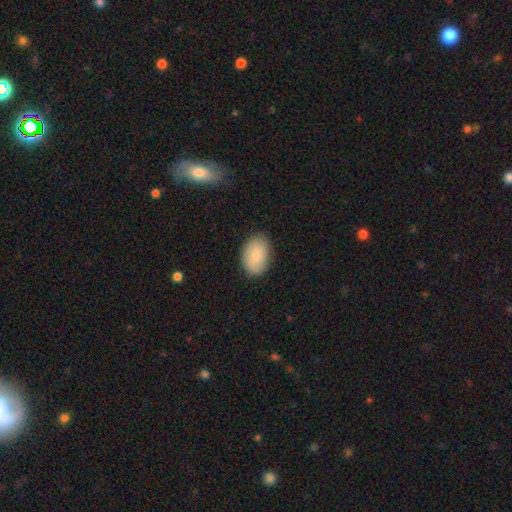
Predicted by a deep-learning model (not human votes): Morphology: type=smooth (81%); roundness=in between (87%); merging=none (83%).